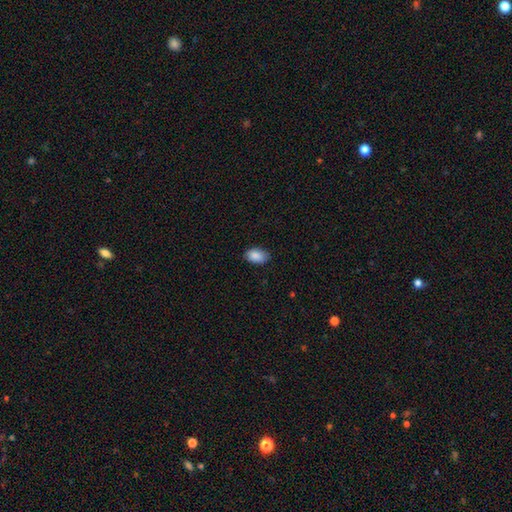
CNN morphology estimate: smooth_or_featured: smooth (p=0.89) [alt: star or artifact p=0.07]
how_rounded: in between (p=0.92) [alt: round p=0.07]
merging: none (p=0.84) [alt: minor disturbance p=0.13]